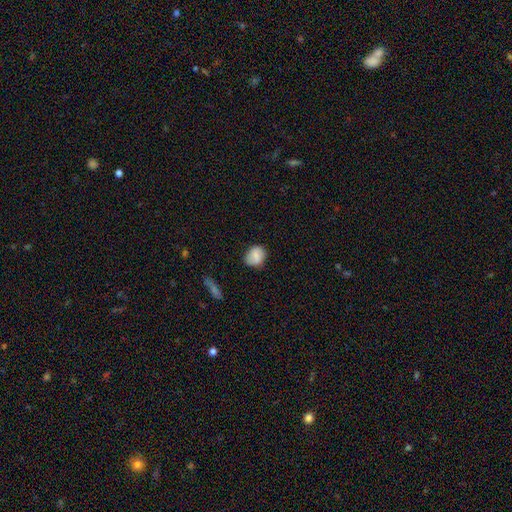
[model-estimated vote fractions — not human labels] smooth 79%, featured or disk 13%, star or artifact 8%. Down the decision tree: how rounded — round (52%); merging — none (75%).